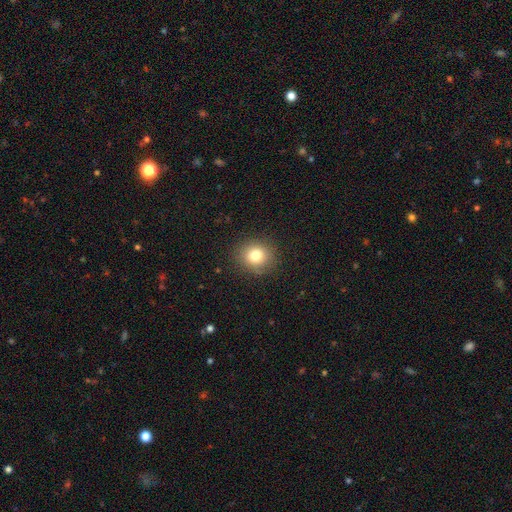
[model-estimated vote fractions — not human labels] A smooth galaxy with no disk features (79%) that is round (80%). Merging: none (88%).